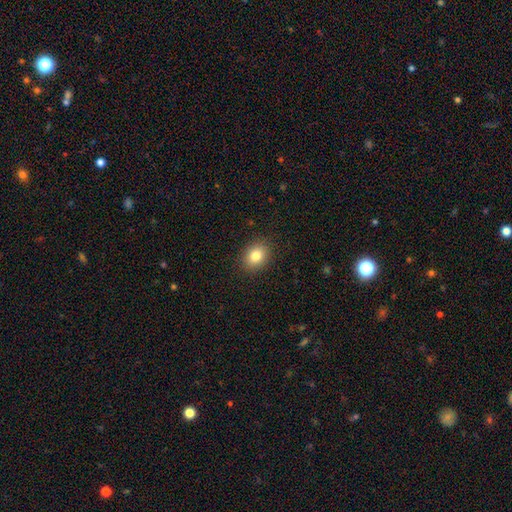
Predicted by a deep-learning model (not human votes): This is clearly a smooth galaxy (83%). How rounded: possibly in between (54%). Merging: clearly none (90%).